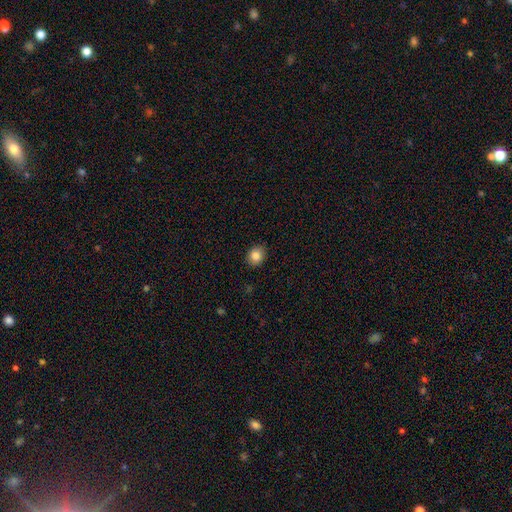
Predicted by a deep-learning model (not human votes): Smooth or featured?
  - smooth: 84% *
  - star or artifact: 10%
  - featured or disk: 7%
How rounded?
  - round: 57% *
  - in between: 42%
  - cigar-shaped: 1%
Merging?
  - none: 89% *
  - minor disturbance: 8%
  - major disturbance: 2%
  - merger: 1%